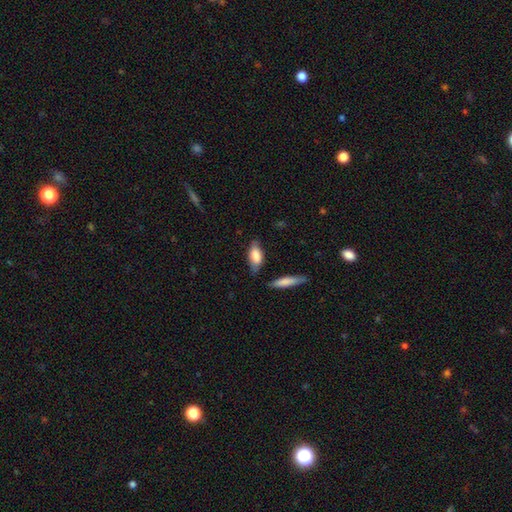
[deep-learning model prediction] Smooth or featured? smooth (76%)
How rounded? in between (80%)
Merging? none (69%)